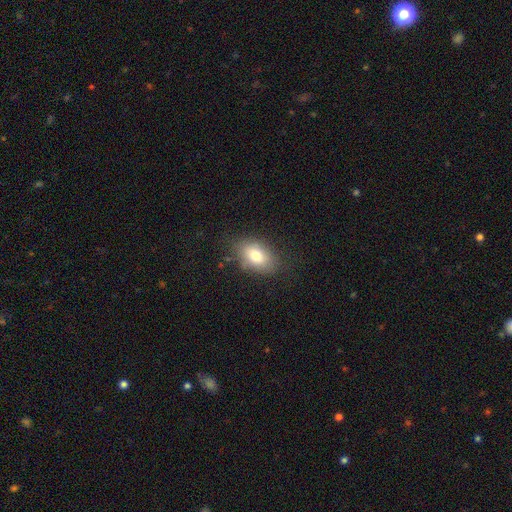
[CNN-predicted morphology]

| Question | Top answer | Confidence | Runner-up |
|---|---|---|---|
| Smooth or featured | smooth | 76% | featured or disk (14%) |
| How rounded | in between | 85% | round (13%) |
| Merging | none | 77% | minor disturbance (16%) |